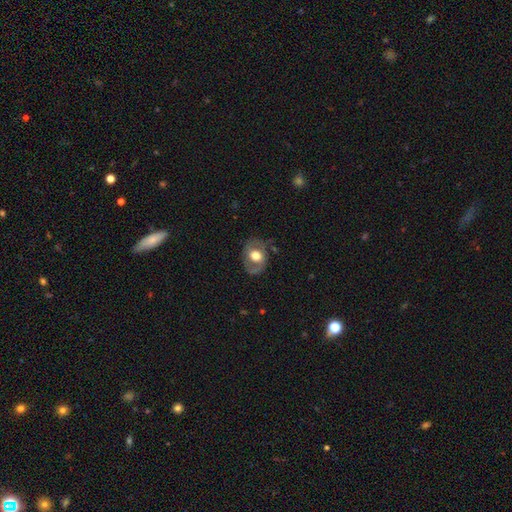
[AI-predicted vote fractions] Smooth or featured? Predicted: featured or disk (p=0.52). Edge-on disk? Predicted: no (p=0.95). Merging? Predicted: none (p=0.68).